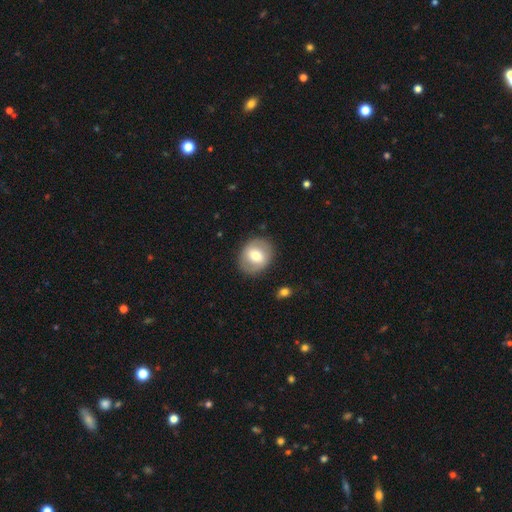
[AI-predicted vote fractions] This is possibly a smooth galaxy (60%). How rounded: likely round (66%). Merging: clearly none (85%).